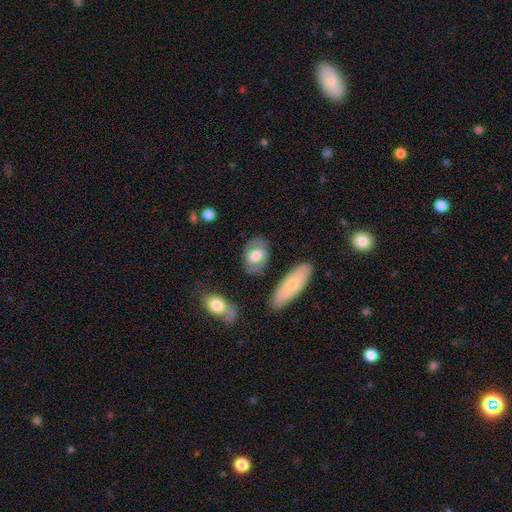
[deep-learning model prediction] Smooth or featured? Predicted: featured or disk (p=0.50). Merging? Predicted: none (p=0.75).